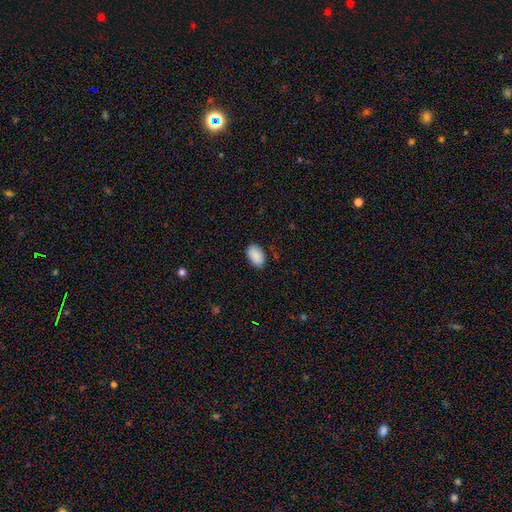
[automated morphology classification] The model was most divided on "merging": none: 85%, minor disturbance: 12%, major disturbance: 2%, merger: 1%. More confident: how rounded — in between (91%); smooth or featured — smooth (90%).